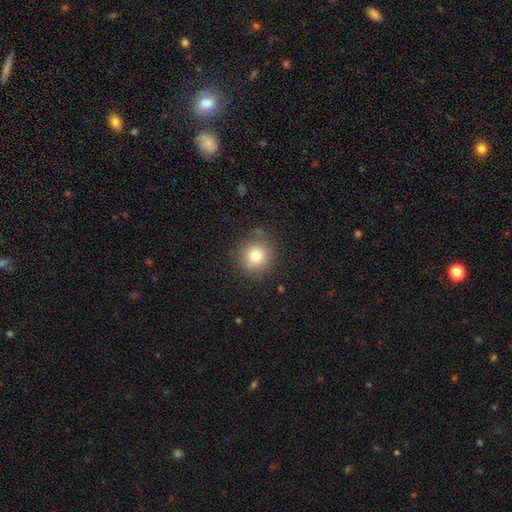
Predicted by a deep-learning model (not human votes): This is likely a smooth galaxy (78%). How rounded: clearly round (91%). Merging: clearly none (80%).